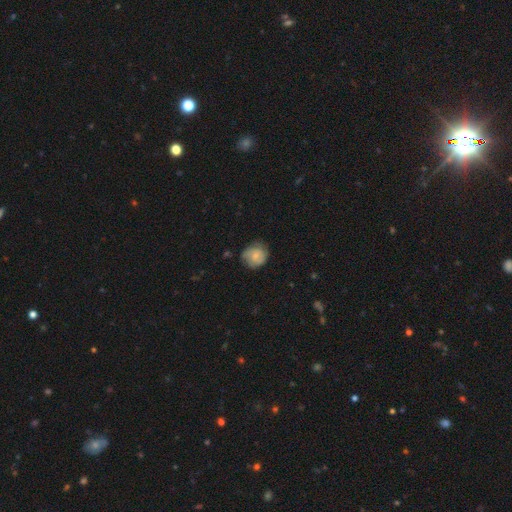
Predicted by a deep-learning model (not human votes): Morphology: type=smooth (64%); roundness=round (82%); merging=none (63%).